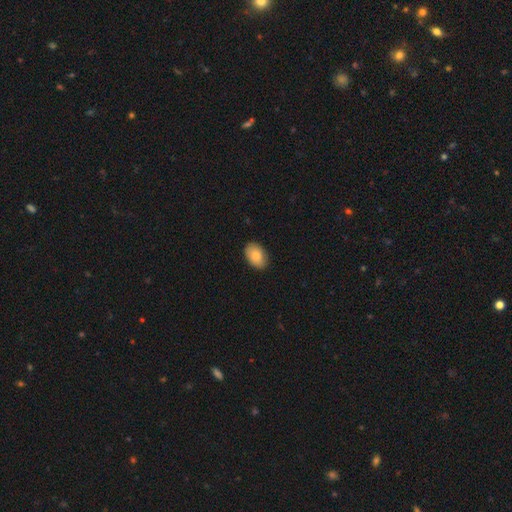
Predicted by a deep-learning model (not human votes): Overall: smooth (83%). How rounded: in between (88%). Merging: none (86%).